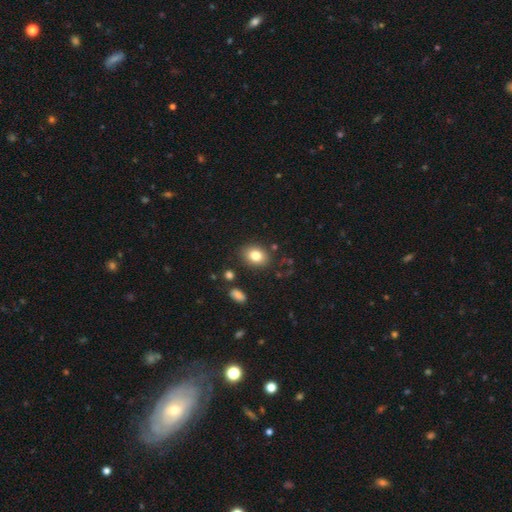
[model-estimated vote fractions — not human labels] A smooth galaxy with no disk features (81%) that is in between round and cigar-shaped (62%).

Vote fractions:
- Smooth or featured? smooth: 81% / star or artifact: 10% / featured or disk: 9%
- How rounded? in between: 62% / round: 37% / cigar-shaped: 1%
- Merging? none: 84% / minor disturbance: 10% / major disturbance: 3% / merger: 3%